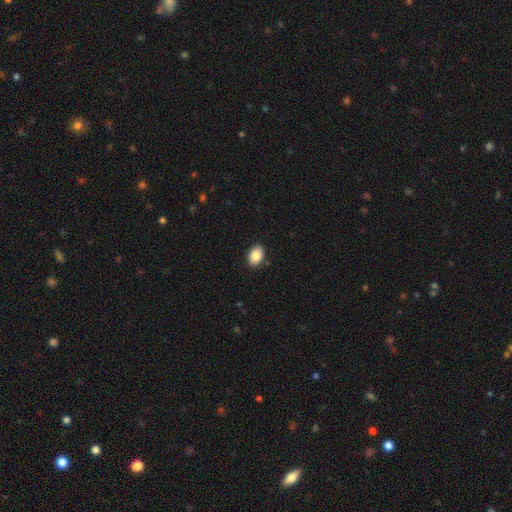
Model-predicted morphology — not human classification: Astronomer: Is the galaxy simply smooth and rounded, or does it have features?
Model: smooth — 87%.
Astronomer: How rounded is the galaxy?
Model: in between — 86%.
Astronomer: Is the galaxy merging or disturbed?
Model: none — 89%.